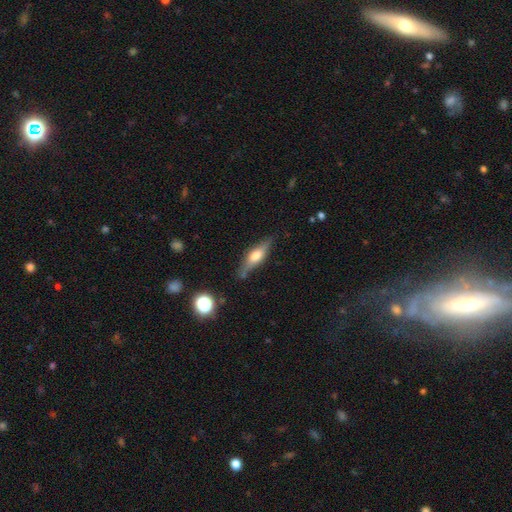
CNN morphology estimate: featured or disk 49%, smooth 44%, star or artifact 7%. Down the decision tree: merging — none (77%).